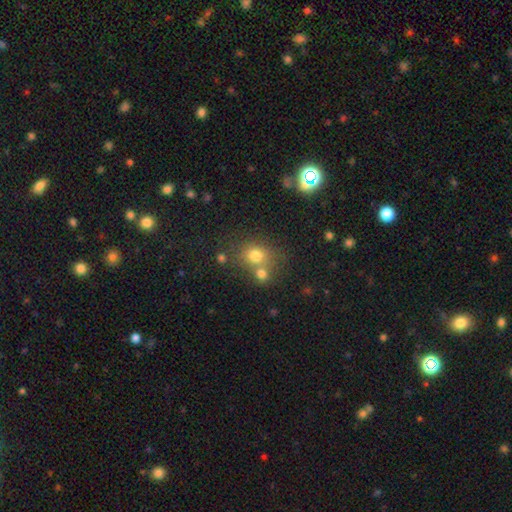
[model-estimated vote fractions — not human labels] smooth_or_featured: smooth (p=0.75) [alt: star or artifact p=0.15]
how_rounded: round (p=0.73) [alt: in between p=0.26]
merging: none (p=0.52) [alt: merger p=0.35]